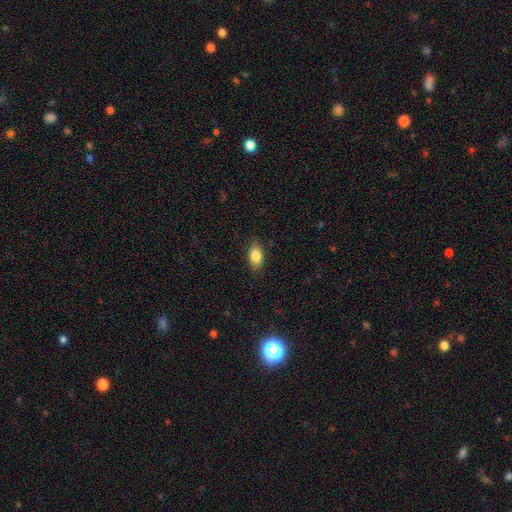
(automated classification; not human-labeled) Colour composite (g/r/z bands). It shows a smooth galaxy with no disk features (86%) that is in between round and cigar-shaped (90%). Merging: none (86%).